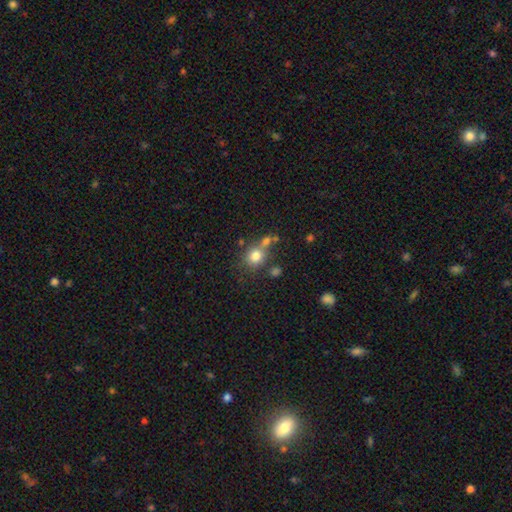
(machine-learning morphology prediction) Smooth or featured? Predicted: smooth (p=0.78). How rounded? Predicted: round (p=0.81). Merging? Predicted: none (p=0.56).